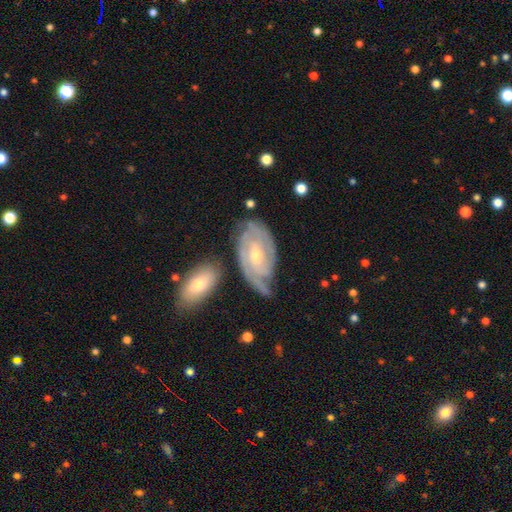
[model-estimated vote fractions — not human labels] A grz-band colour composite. It shows a featured or disk galaxy (84%) with no bar (47%), 2 (37%) tight (68%) spiral arms (95%) and a small central bulge (50%). Merging: none (61%).